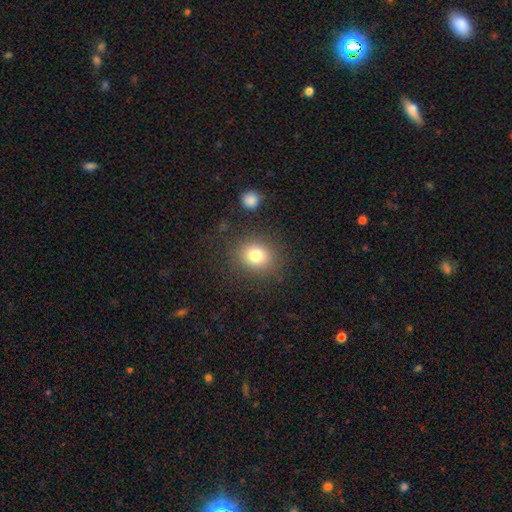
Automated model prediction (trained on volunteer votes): Smooth or featured? smooth (79%)
How rounded? round (69%)
Merging? none (84%)